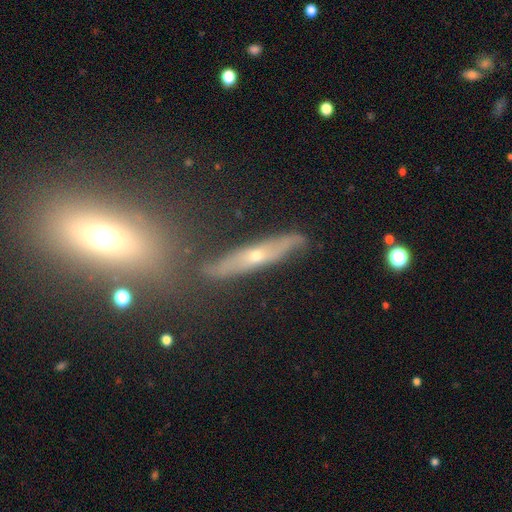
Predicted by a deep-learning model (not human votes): A featured or disk galaxy (58%) viewed edge-on (70%).

Vote fractions:
- Smooth or featured? featured or disk: 58% / smooth: 32% / star or artifact: 9%
- Edge-on disk? yes: 70% / no: 30%
- Merging? none: 73% / minor disturbance: 17% / merger: 5% / major disturbance: 5%